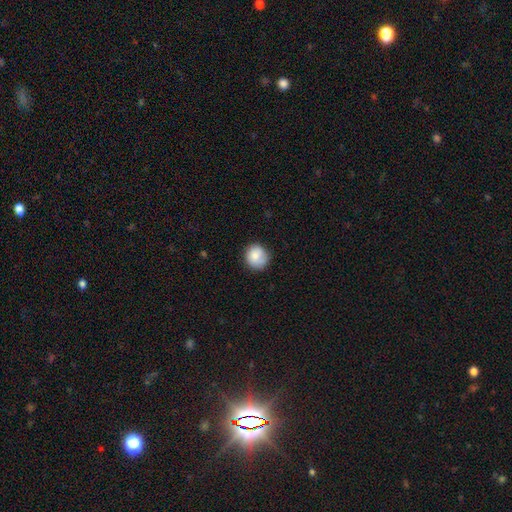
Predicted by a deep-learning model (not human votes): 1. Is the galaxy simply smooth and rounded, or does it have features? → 83% smooth, 9% featured or disk, 8% star or artifact.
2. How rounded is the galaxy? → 89% round, 10% in between, 1% cigar-shaped.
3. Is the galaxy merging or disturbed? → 78% none, 17% minor disturbance, 4% major disturbance, 1% merger.